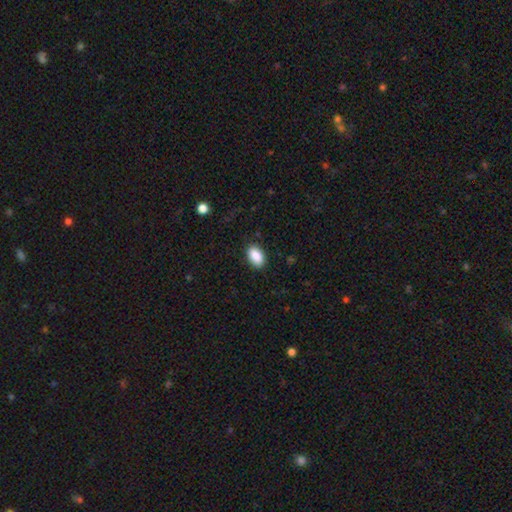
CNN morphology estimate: A smooth galaxy with no disk features (88%) that is in between round and cigar-shaped (92%). Merging: none (87%).